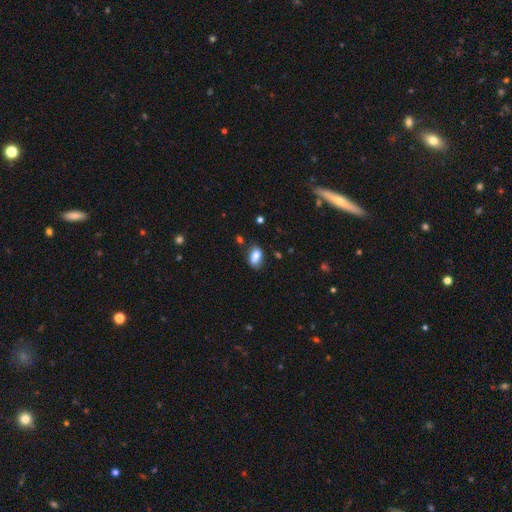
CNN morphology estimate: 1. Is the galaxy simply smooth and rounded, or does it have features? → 78% smooth, 13% featured or disk, 8% star or artifact.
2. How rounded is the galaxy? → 88% in between, 11% round, 2% cigar-shaped.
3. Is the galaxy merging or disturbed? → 65% none, 24% minor disturbance, 6% major disturbance, 5% merger.